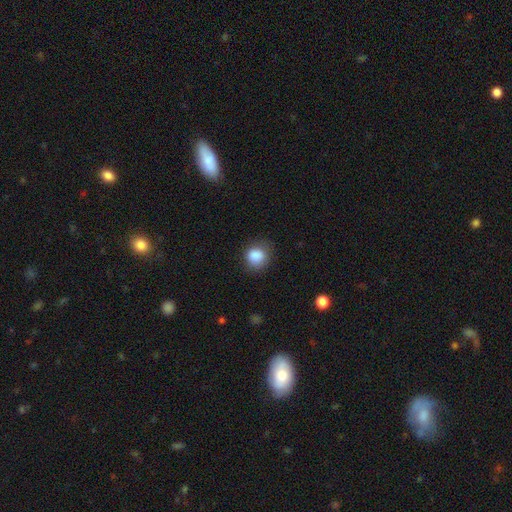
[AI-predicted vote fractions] A smooth galaxy with no disk features (87%) that is round (78%).

Vote fractions:
- Smooth or featured? smooth: 87% / star or artifact: 9% / featured or disk: 4%
- How rounded? round: 78% / in between: 21% / cigar-shaped: 1%
- Merging? none: 73% / minor disturbance: 20% / major disturbance: 6% / merger: 1%